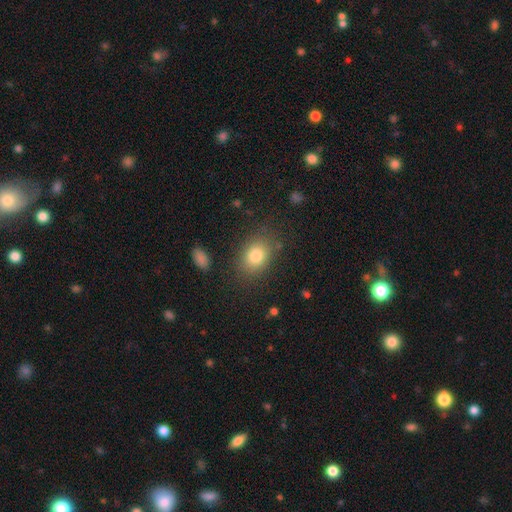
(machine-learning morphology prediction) The model was most divided on "how rounded": in between: 68%, round: 30%, cigar-shaped: 1%. More confident: smooth or featured — smooth (81%); merging — none (80%).